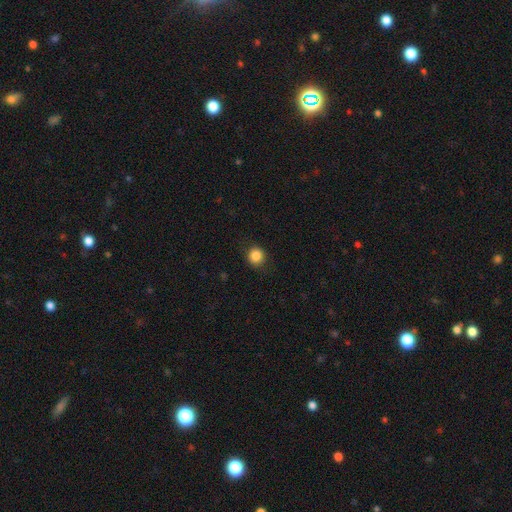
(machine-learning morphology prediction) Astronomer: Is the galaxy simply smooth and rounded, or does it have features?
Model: smooth — 85%.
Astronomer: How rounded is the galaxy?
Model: round — 89%.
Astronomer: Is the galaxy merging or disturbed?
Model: none — 86%.